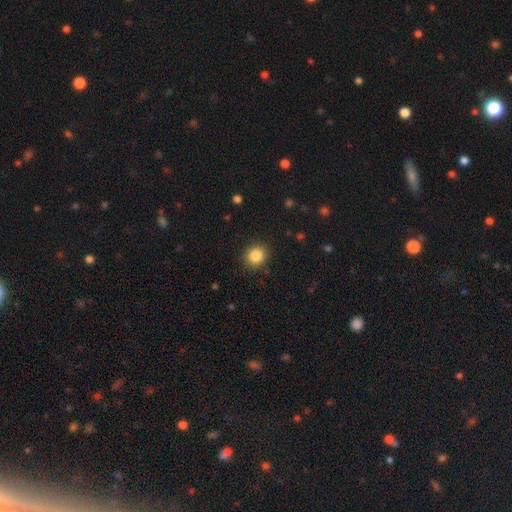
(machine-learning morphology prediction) Smooth or featured: smooth — 86% (star or artifact — 10%)
How rounded: round — 84% (in between — 15%)
Merging: none — 88% (minor disturbance — 8%)